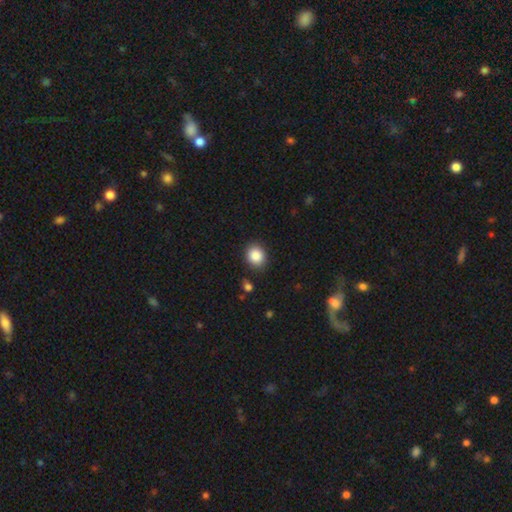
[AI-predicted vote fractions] This is clearly a smooth galaxy (87%). How rounded: likely round (69%). Merging: clearly none (86%).